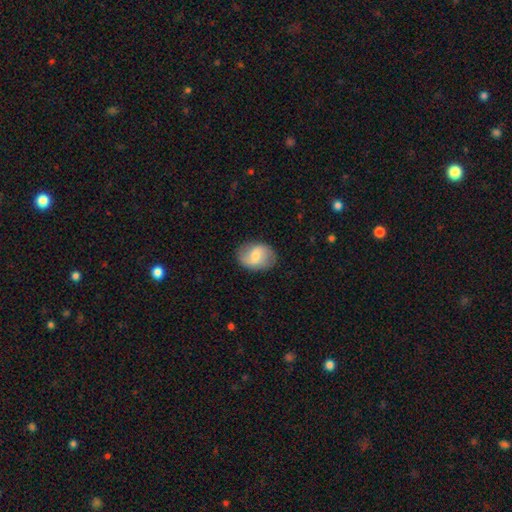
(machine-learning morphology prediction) This appears to be a smooth galaxy with no disk features (56%) that is in between round and cigar-shaped (64%). Merging: none (79%).